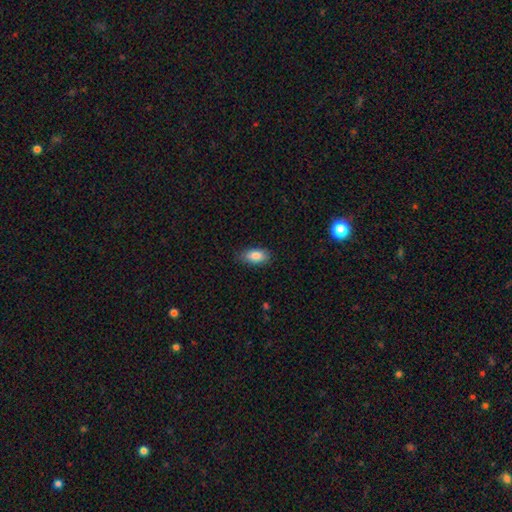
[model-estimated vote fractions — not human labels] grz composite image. It shows a smooth galaxy with no disk features (85%) that is in between round and cigar-shaped (91%). Merging: none (83%).